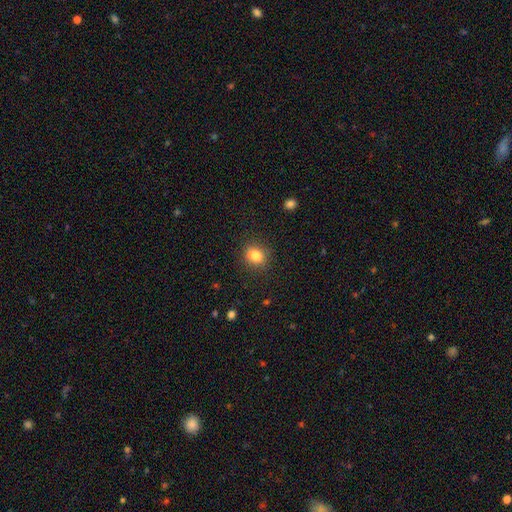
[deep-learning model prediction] smooth_or_featured: smooth (p=0.82) [alt: star or artifact p=0.11]
how_rounded: round (p=0.64) [alt: in between p=0.35]
merging: none (p=0.86) [alt: minor disturbance p=0.10]